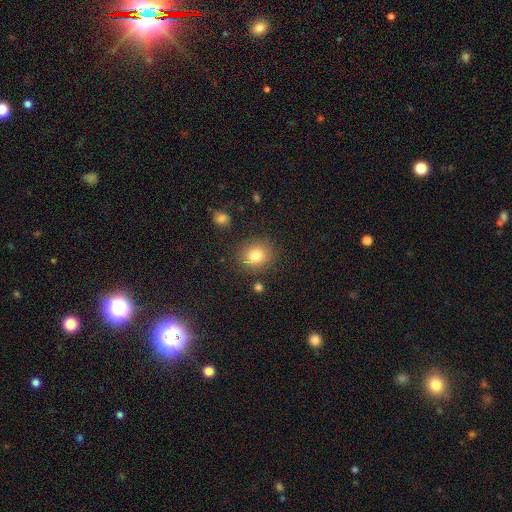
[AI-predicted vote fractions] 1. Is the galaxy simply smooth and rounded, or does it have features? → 80% smooth, 11% star or artifact, 8% featured or disk.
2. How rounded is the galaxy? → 79% round, 20% in between, 1% cigar-shaped.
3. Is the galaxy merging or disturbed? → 85% none, 9% minor disturbance, 3% major disturbance, 3% merger.